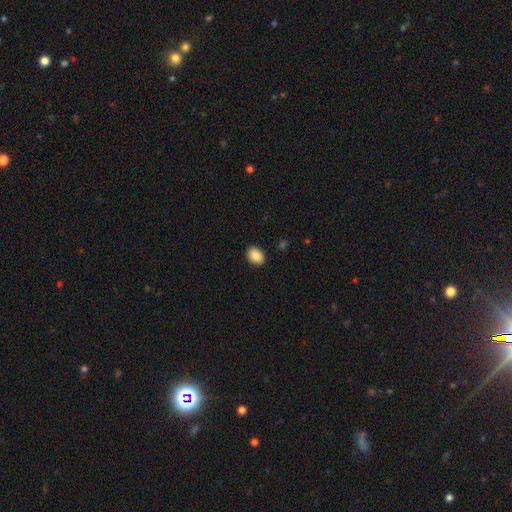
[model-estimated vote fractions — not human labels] Overall: smooth (87%). How rounded: in between (71%). Merging: none (89%).